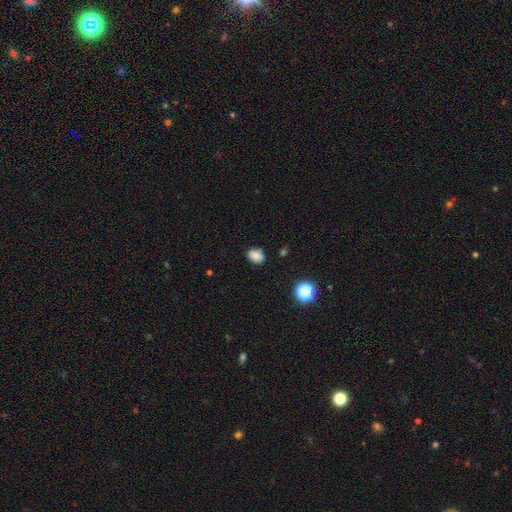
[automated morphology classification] Overall: smooth (83%). How rounded: in between (61%; round 38%). Merging: none (81%).